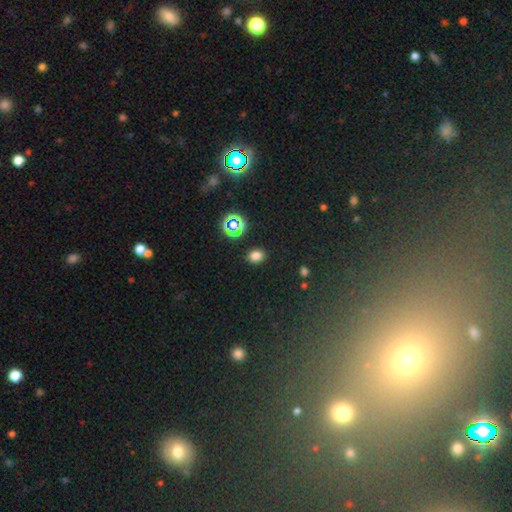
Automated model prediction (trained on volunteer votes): smooth-or-featured: smooth: 76% | star or artifact: 19% | featured or disk: 5%
  how-rounded: in between: 57% | round: 42% | cigar-shaped: 1%
  merging: none: 88% | minor disturbance: 8% | major disturbance: 3% | merger: 2%